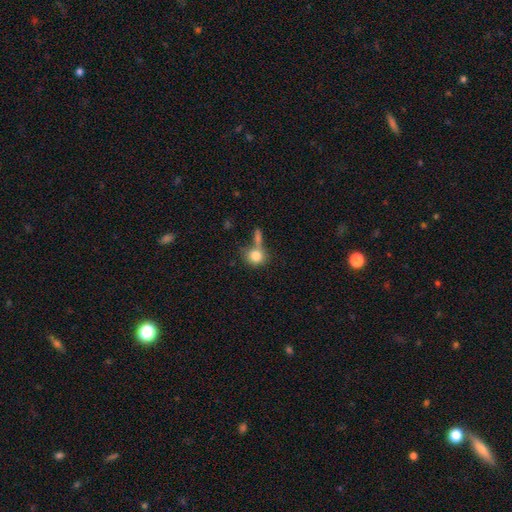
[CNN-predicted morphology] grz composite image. It shows a smooth galaxy with no disk features (81%) that is round (73%). Merging: none (45%).